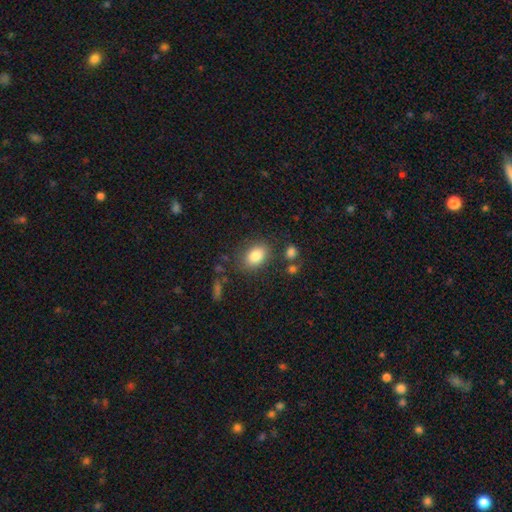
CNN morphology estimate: Smooth or featured? Predicted: smooth (p=0.83). How rounded? Predicted: in between (p=0.78). Merging? Predicted: none (p=0.78).